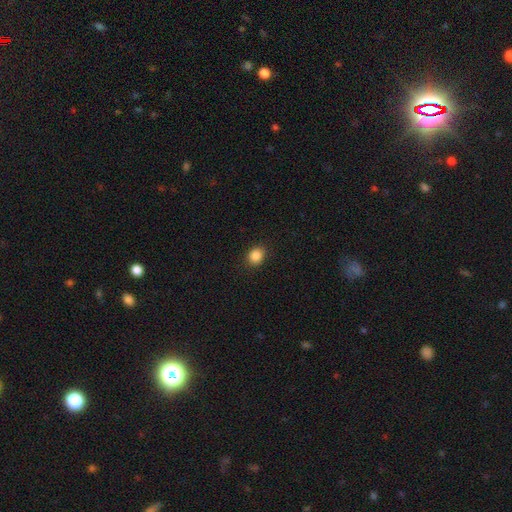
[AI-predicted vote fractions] smooth 86%, star or artifact 10%, featured or disk 4%. Down the decision tree: how rounded — round (61%); merging — none (89%).